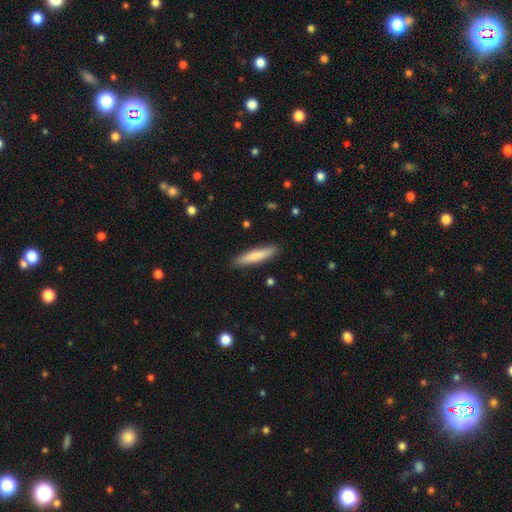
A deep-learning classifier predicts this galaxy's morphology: Smooth or featured? smooth (79%)
How rounded? cigar-shaped (85%)
Merging? none (87%)